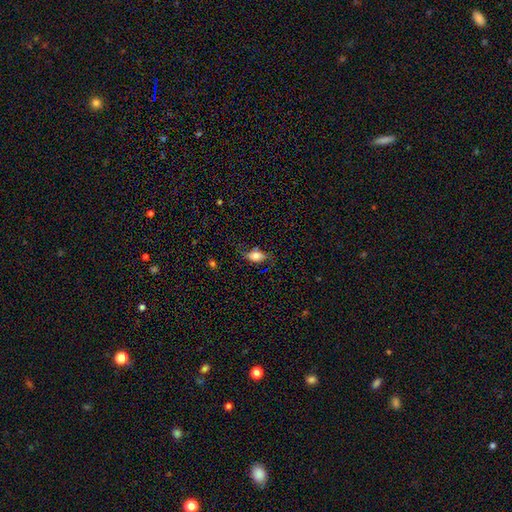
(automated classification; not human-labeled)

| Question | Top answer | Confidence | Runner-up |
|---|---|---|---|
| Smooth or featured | smooth | 69% | featured or disk (22%) |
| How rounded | in between | 87% | round (10%) |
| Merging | none | 63% | minor disturbance (24%) |